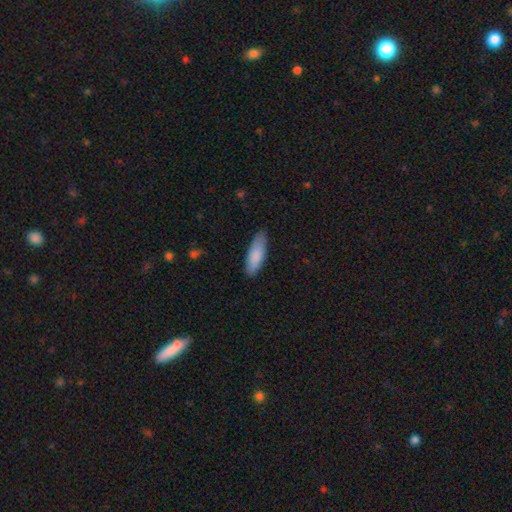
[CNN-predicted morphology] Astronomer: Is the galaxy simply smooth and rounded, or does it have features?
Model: smooth — 86%.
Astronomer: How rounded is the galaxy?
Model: in between — 62%.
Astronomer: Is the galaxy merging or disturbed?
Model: none — 81%.